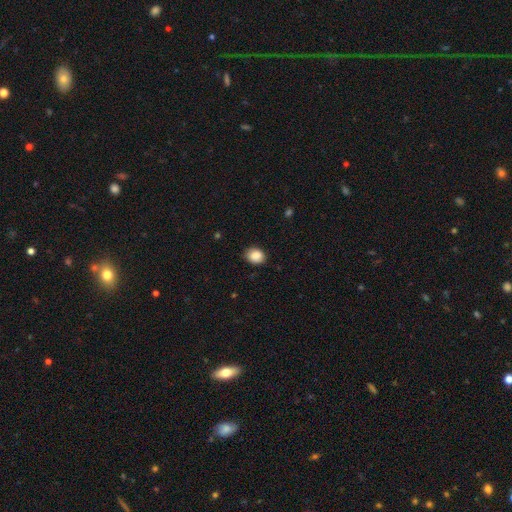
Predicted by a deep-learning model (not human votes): smooth-or-featured: smooth: 88% | star or artifact: 8% | featured or disk: 4%
  how-rounded: in between: 51% | round: 48% | cigar-shaped: 1%
  merging: none: 81% | minor disturbance: 16% | major disturbance: 3% | merger: 1%